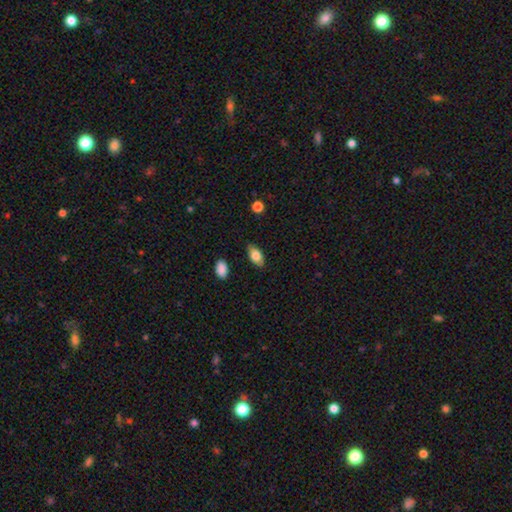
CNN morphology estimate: A smooth galaxy with no disk features (80%) that is in between round and cigar-shaped (91%). Merging: none (84%).